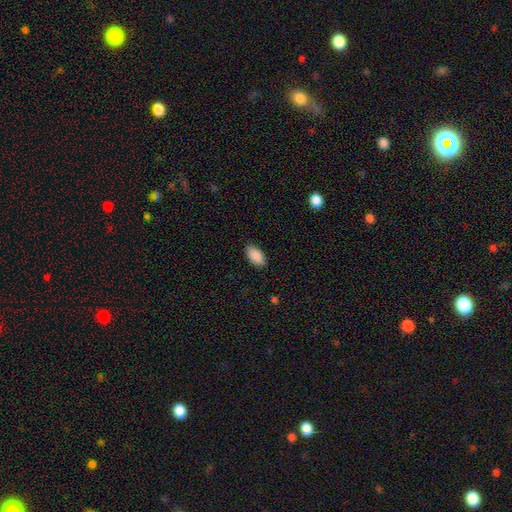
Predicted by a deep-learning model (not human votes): Smooth or featured: smooth — 89% (star or artifact — 7%)
How rounded: in between — 94% (round — 3%)
Merging: none — 86% (minor disturbance — 10%)